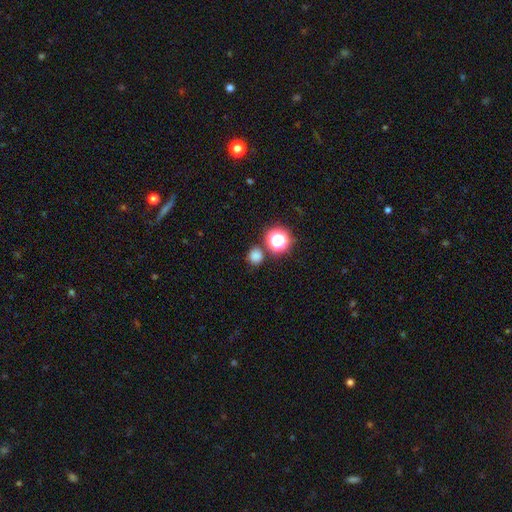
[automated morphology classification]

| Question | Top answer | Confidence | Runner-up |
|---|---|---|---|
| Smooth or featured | smooth | 76% | star or artifact (20%) |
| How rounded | round | 90% | in between (9%) |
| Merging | none | 81% | minor disturbance (8%) |